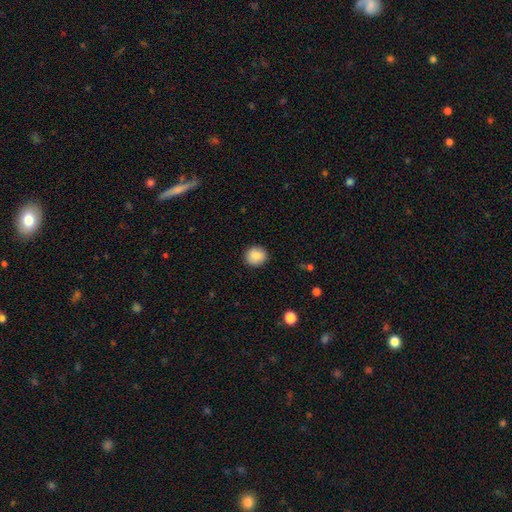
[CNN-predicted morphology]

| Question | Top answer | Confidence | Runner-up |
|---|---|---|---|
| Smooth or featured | smooth | 87% | star or artifact (8%) |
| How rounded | round | 83% | in between (16%) |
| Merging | none | 89% | minor disturbance (8%) |